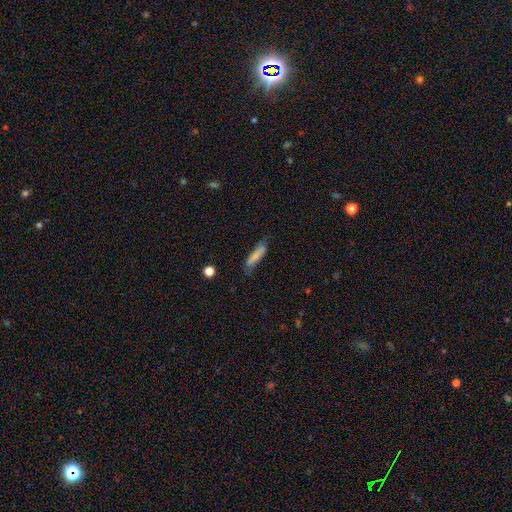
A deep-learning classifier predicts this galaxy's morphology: type=smooth (75%); roundness=cigar-shaped (79%); merging=none (64%).